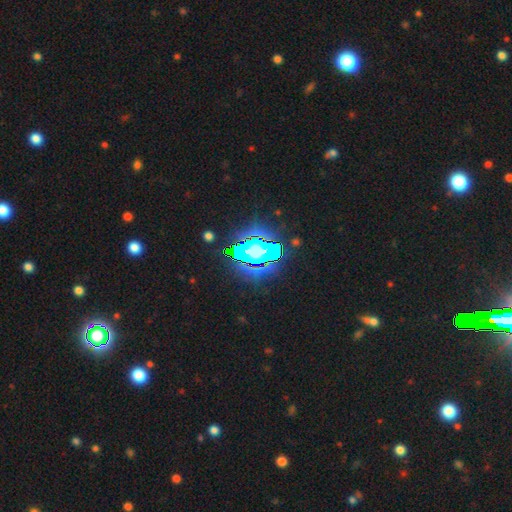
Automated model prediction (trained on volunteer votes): A star or artifact, not a galaxy (82%).

Vote fractions:
- Smooth or featured? star or artifact: 82% / smooth: 10% / featured or disk: 8%